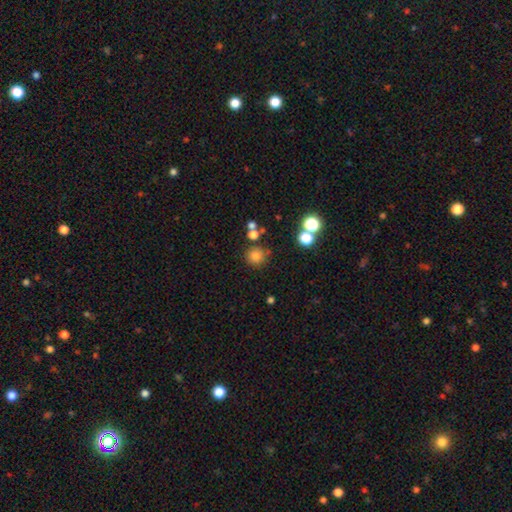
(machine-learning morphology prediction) A smooth galaxy with no disk features (78%) that is round (93%). Merging: none (77%).